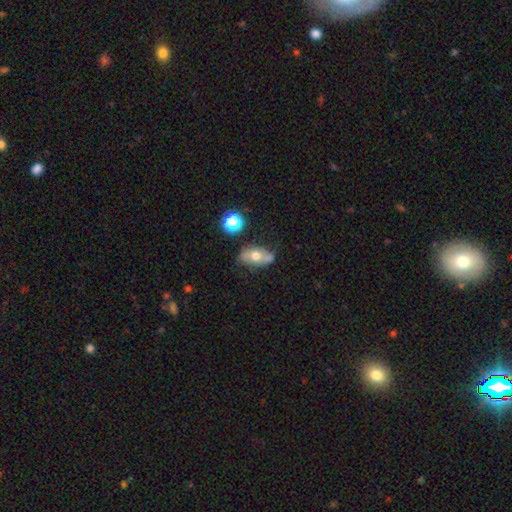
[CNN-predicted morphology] Overall: smooth (49%; featured or disk 41%). Merging: none (62%; minor disturbance 25%).